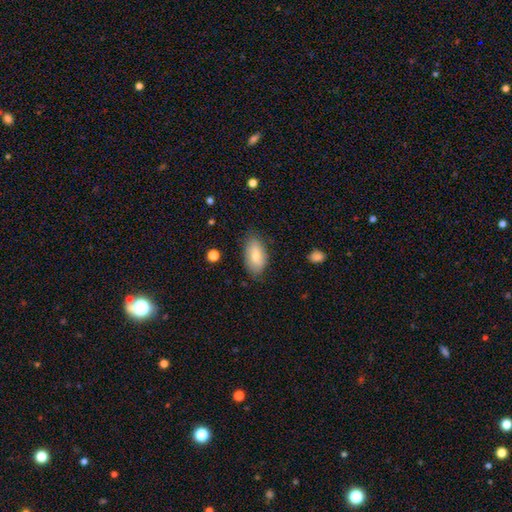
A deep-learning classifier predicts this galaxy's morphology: A smooth galaxy with no disk features (75%) that is in between round and cigar-shaped (93%).

Vote fractions:
- Smooth or featured? smooth: 75% / featured or disk: 18% / star or artifact: 6%
- How rounded? in between: 93% / cigar-shaped: 4% / round: 3%
- Merging? none: 76% / minor disturbance: 19% / major disturbance: 4% / merger: 1%